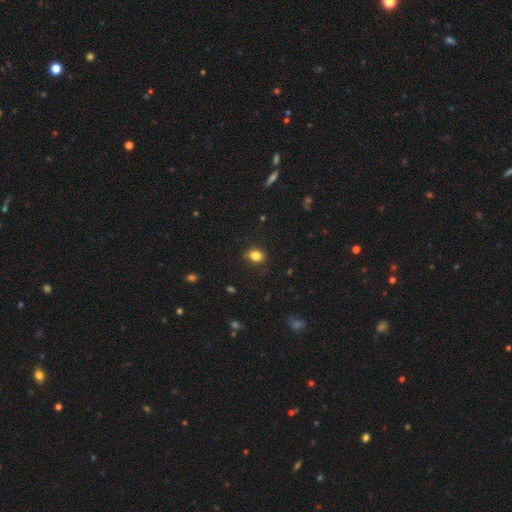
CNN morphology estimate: This appears to be a smooth galaxy with no disk features (83%) that is round (52%). Merging: none (83%).